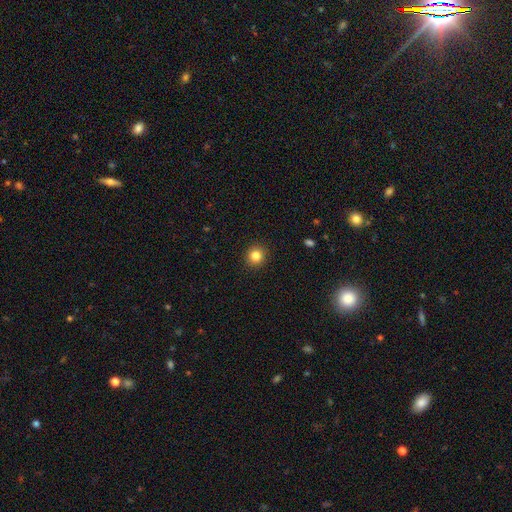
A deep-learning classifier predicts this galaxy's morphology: Q: Smooth or featured?
A: smooth (84%); runner-up: star or artifact (11%)
Q: How rounded?
A: round (93%); runner-up: in between (6%)
Q: Merging?
A: none (92%); runner-up: minor disturbance (5%)